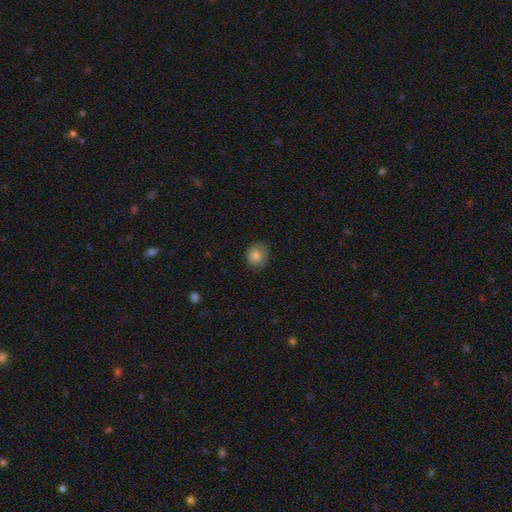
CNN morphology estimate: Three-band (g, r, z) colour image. It shows a smooth galaxy with no disk features (80%) that is round (68%). Merging: none (75%).